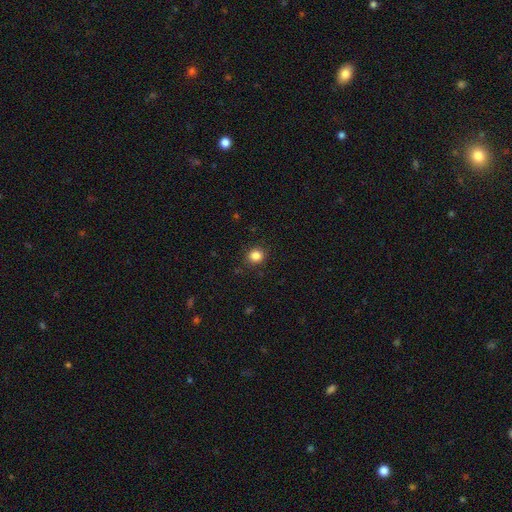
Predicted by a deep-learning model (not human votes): This is clearly a smooth galaxy (85%). How rounded: clearly round (83%). Merging: clearly none (89%).